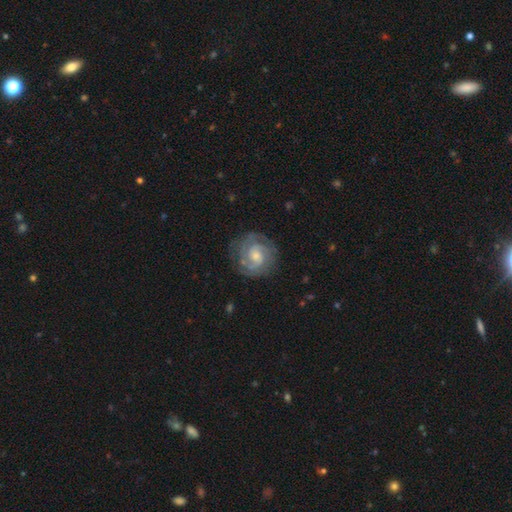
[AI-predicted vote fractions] This appears to be a featured or disk galaxy (78%) with no bar (60%), 2 (49%) tight (58%) spiral arms (94%) and a small central bulge (51%). Merging: none (76%).